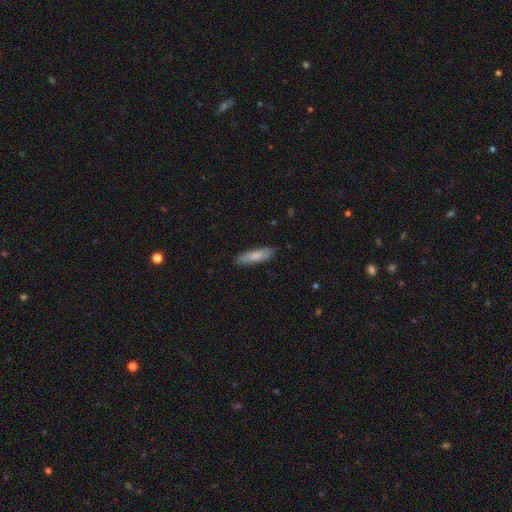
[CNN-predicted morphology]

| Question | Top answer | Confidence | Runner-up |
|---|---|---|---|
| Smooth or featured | smooth | 78% | featured or disk (17%) |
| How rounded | cigar-shaped | 73% | in between (25%) |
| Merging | none | 82% | minor disturbance (14%) |